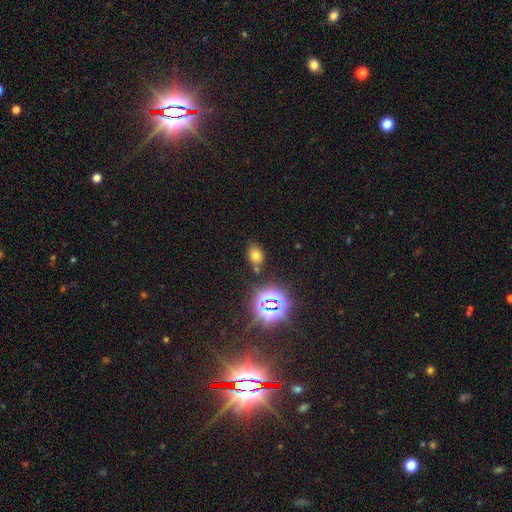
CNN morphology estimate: This appears to be a smooth galaxy with no disk features (61%) that is in between round and cigar-shaped (67%). Merging: none (75%).